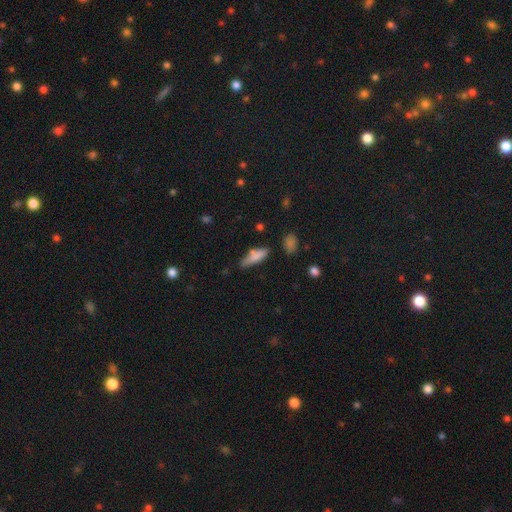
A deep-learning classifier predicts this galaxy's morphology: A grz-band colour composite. It shows a smooth galaxy with no disk features (76%) that is cigar-shaped (54%). Merging: none (59%).